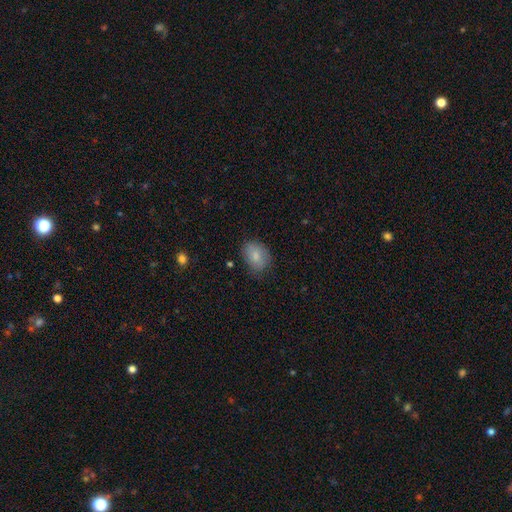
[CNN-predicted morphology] type=smooth (81%); roundness=in between (75%); merging=none (72%).